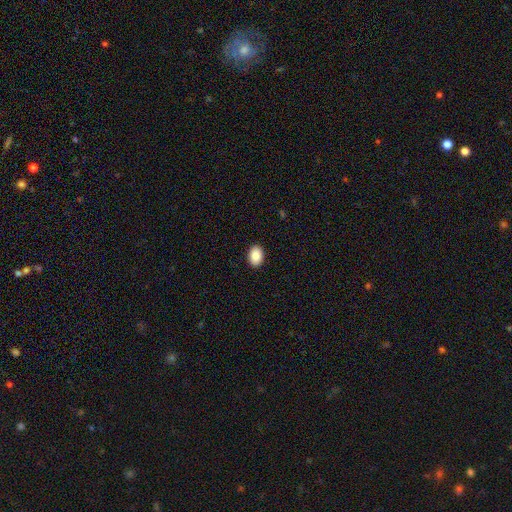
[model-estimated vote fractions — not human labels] Smooth or featured? Predicted: smooth (p=0.88). How rounded? Predicted: in between (p=0.83). Merging? Predicted: none (p=0.91).